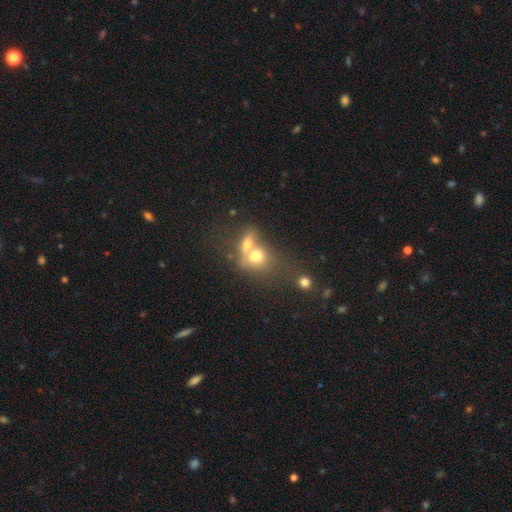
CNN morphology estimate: Q: Smooth or featured?
A: smooth (64%); runner-up: featured or disk (24%)
Q: How rounded?
A: in between (50%); runner-up: round (45%)
Q: Merging?
A: merger (67%); runner-up: none (20%)